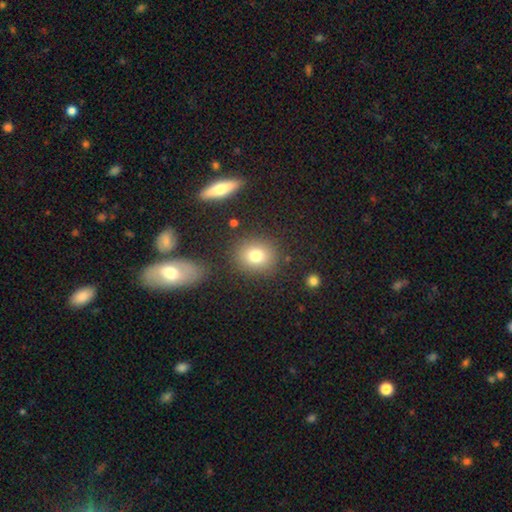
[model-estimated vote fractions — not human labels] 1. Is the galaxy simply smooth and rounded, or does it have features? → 77% smooth, 13% star or artifact, 10% featured or disk.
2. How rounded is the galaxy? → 73% round, 25% in between, 1% cigar-shaped.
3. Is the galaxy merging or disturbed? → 84% none, 9% minor disturbance, 4% merger, 3% major disturbance.